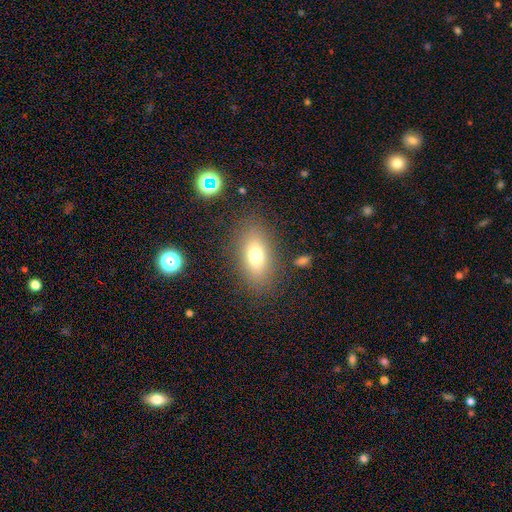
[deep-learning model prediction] Smooth or featured?
  - smooth: 73% *
  - featured or disk: 16%
  - star or artifact: 11%
How rounded?
  - in between: 84% *
  - round: 9%
  - cigar-shaped: 7%
Merging?
  - none: 83% *
  - minor disturbance: 10%
  - major disturbance: 5%
  - merger: 2%